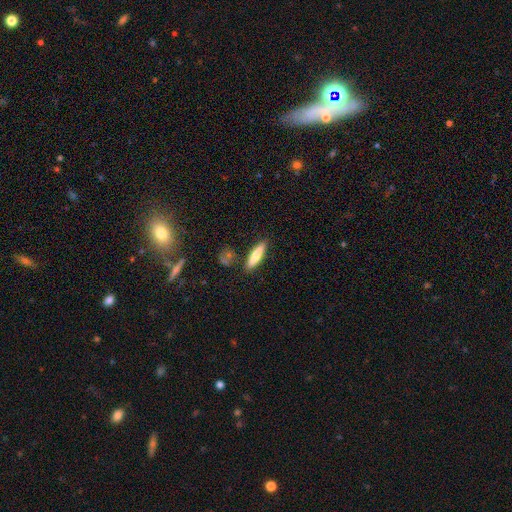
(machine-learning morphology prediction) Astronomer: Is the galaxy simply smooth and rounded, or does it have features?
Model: smooth — 77%.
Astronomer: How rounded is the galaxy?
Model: cigar-shaped — 73%.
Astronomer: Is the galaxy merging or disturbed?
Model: none — 84%.